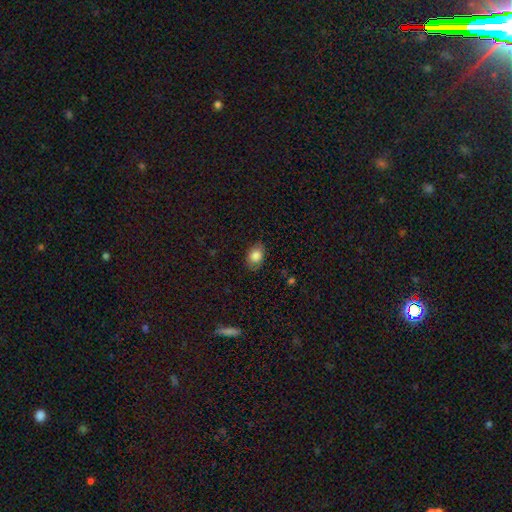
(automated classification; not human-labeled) smooth 82%, featured or disk 10%, star or artifact 8%. Down the decision tree: how rounded — in between (78%); merging — none (80%).